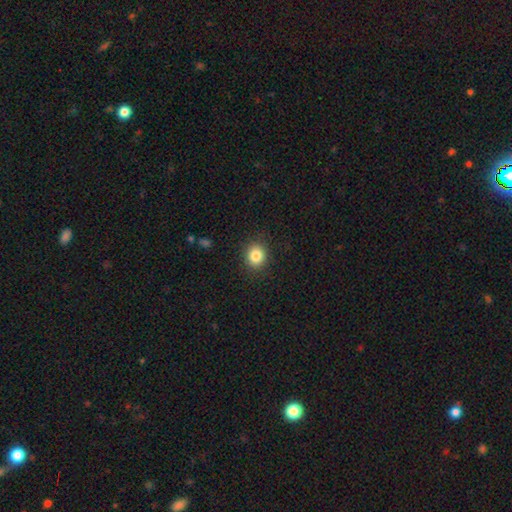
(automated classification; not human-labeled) This is clearly a smooth galaxy (84%). How rounded: likely round (80%). Merging: clearly none (90%).